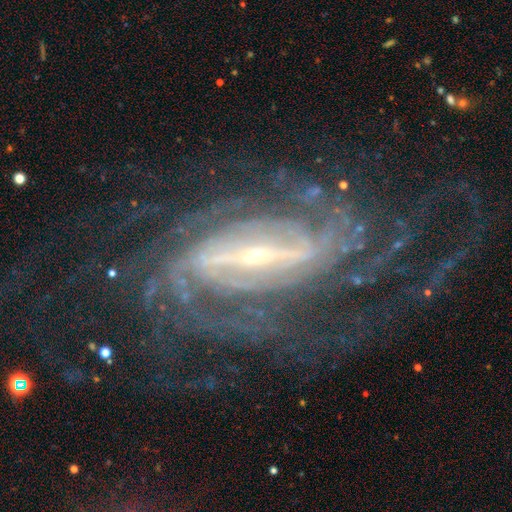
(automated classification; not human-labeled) A featured or disk galaxy (91%) with a strong bar (72%), tight (58%) spiral arms (98%) and a small central bulge (76%). Merging: none (69%).